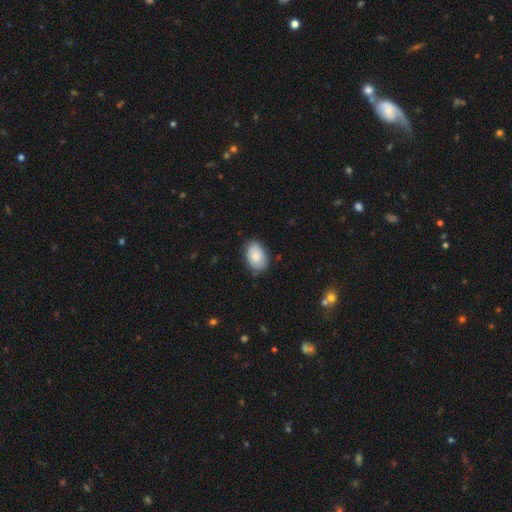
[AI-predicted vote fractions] Q: Smooth or featured?
A: smooth (84%); runner-up: featured or disk (10%)
Q: How rounded?
A: in between (89%); runner-up: round (10%)
Q: Merging?
A: none (79%); runner-up: minor disturbance (17%)